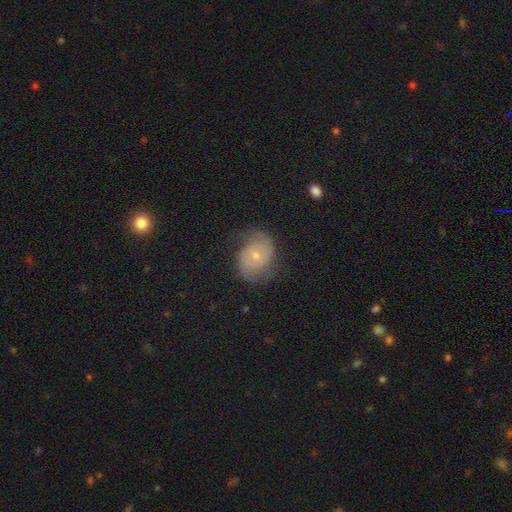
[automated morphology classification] This appears to be a featured or disk galaxy (69%) with no bar (71%), 2 (72%) tight (42%) spiral arms (89%) and a small central bulge (64%). Merging: none (66%).